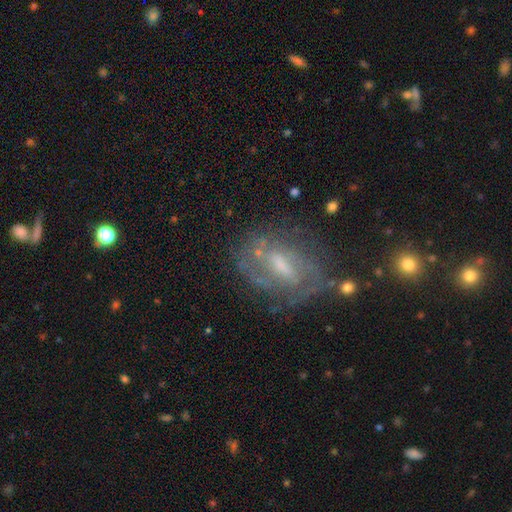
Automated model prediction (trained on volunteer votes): This appears to be a featured or disk galaxy (68%) with a weak bar (50%), tight (51%) spiral arms (82%) and a small central bulge (45%). Merging: none (66%).